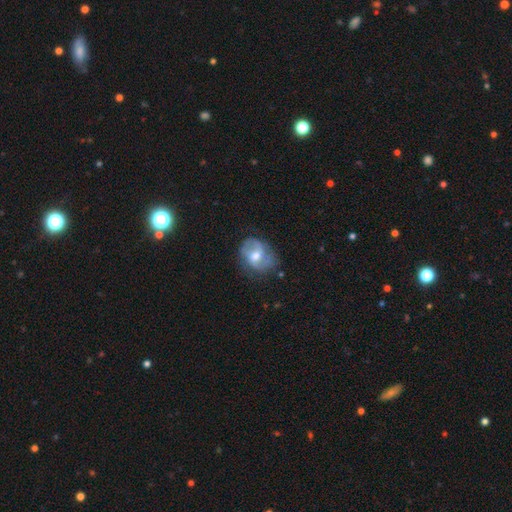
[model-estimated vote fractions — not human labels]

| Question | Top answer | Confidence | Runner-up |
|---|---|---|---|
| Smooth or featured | featured or disk | 60% | smooth (33%) |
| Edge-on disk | no | 97% | yes (3%) |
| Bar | weak | 45% | no (43%) |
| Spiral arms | yes | 77% | no (23%) |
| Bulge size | moderate | 68% | small (21%) |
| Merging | none | 57% | minor disturbance (28%) |